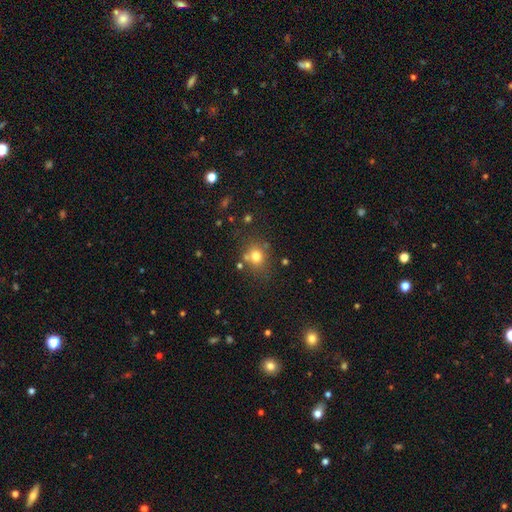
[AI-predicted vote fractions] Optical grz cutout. It shows a smooth galaxy with no disk features (74%) that is round (74%). Merging: none (70%).